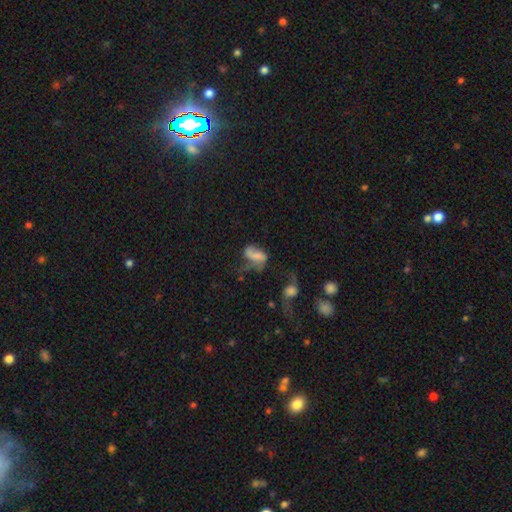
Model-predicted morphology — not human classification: Smooth or featured? smooth (43%, tied with featured or disk)
Merging? major disturbance (43%)